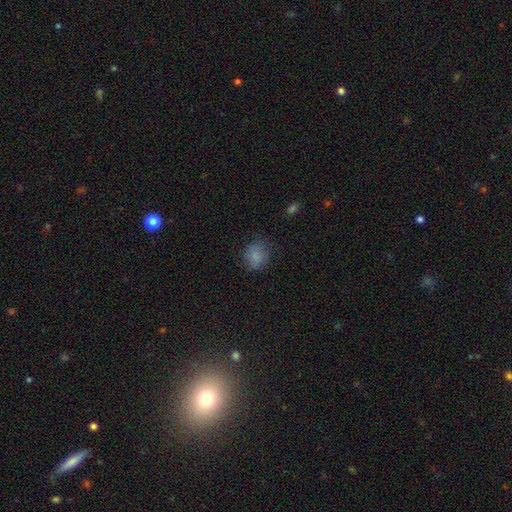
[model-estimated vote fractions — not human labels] This is clearly a smooth galaxy (84%). How rounded: likely round (75%). Merging: likely none (76%).